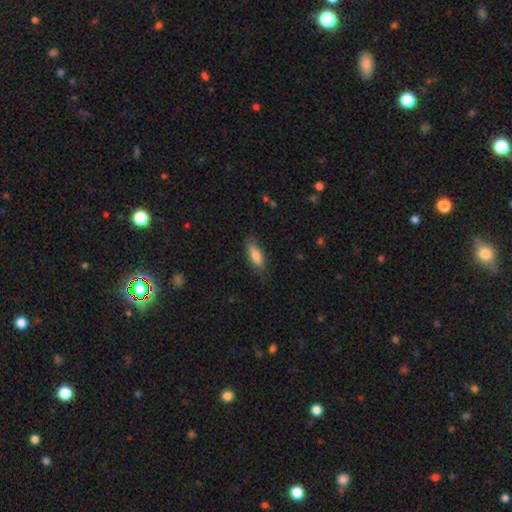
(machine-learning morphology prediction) This appears to be a smooth galaxy with no disk features (75%) that is in between round and cigar-shaped (64%). Merging: none (76%).